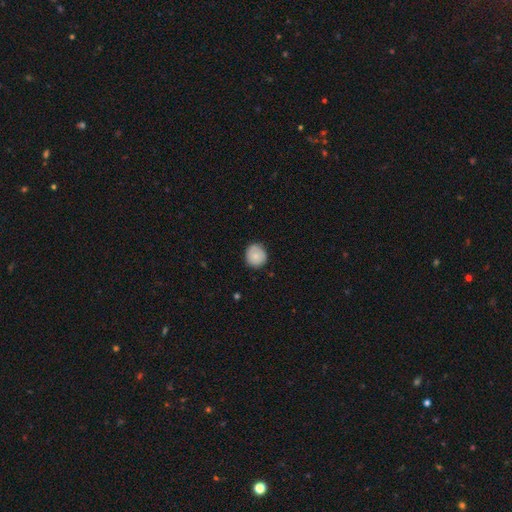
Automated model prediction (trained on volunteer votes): smooth-or-featured: smooth: 82% | featured or disk: 10% | star or artifact: 7%
  how-rounded: round: 89% | in between: 10% | cigar-shaped: 1%
  merging: none: 82% | minor disturbance: 15% | major disturbance: 2% | merger: 1%